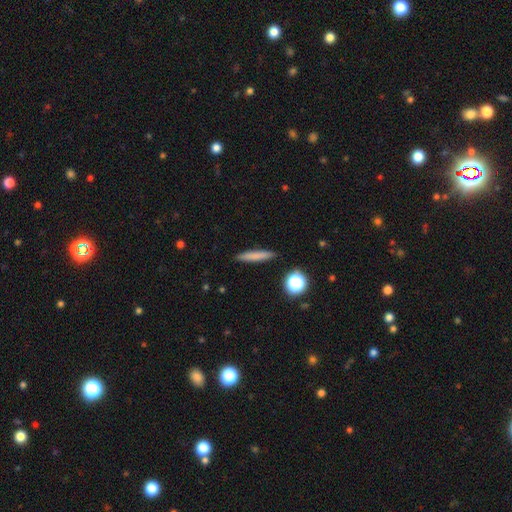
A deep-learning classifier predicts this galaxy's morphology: smooth_or_featured: smooth (p=0.74) [alt: featured or disk p=0.16]
how_rounded: cigar-shaped (p=0.91) [alt: in between p=0.06]
merging: none (p=0.90) [alt: minor disturbance p=0.07]